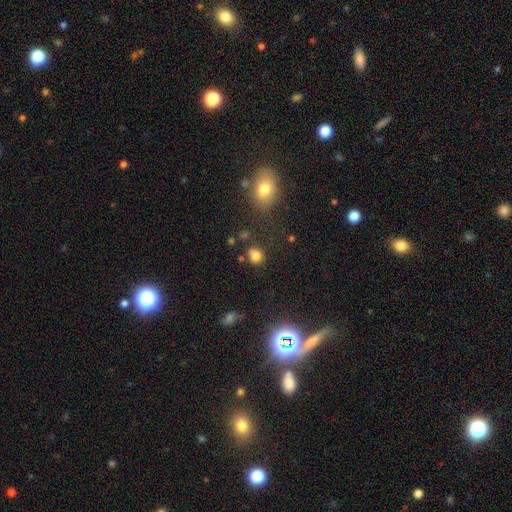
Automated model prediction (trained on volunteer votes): Overall: smooth (80%). How rounded: round (76%). Merging: none (80%).